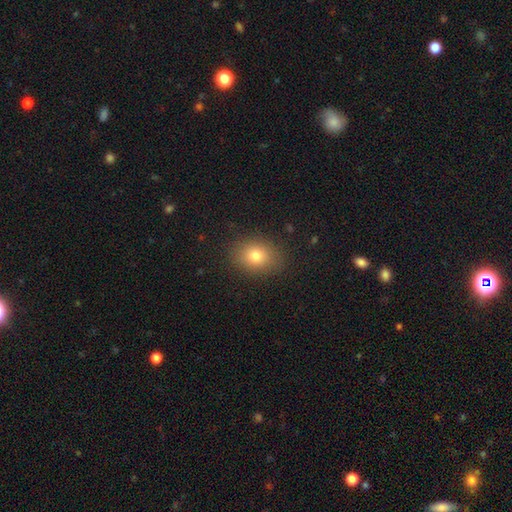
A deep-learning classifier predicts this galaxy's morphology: A smooth galaxy with no disk features (79%) that is in between round and cigar-shaped (58%).

Vote fractions:
- Smooth or featured? smooth: 79% / star or artifact: 11% / featured or disk: 10%
- How rounded? in between: 58% / round: 41% / cigar-shaped: 1%
- Merging? none: 87% / minor disturbance: 9% / major disturbance: 3% / merger: 1%